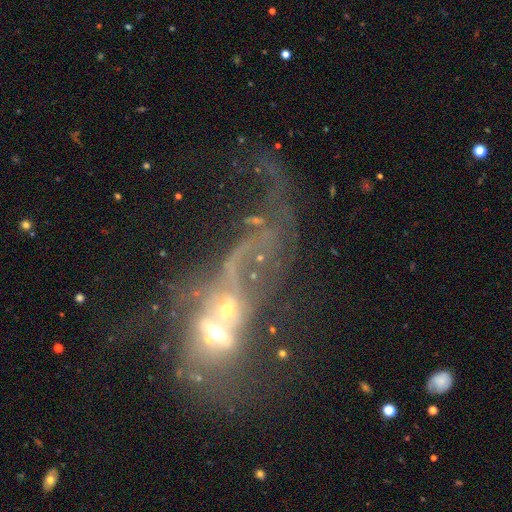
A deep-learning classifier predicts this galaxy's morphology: Overall: featured or disk (60%; smooth 21%). Edge-on disk: no (89%). Bar: no (75%). Spiral arms: no (62%; yes 38%). Bulge size: moderate (40%; small 35%). Merging: merger (65%).